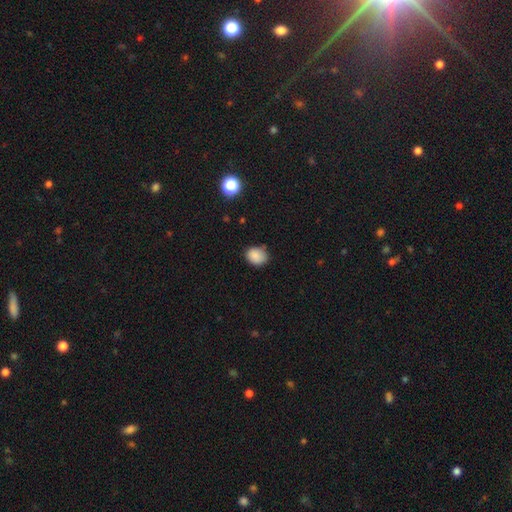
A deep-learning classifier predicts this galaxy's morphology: smooth-or-featured: smooth: 87% | star or artifact: 9% | featured or disk: 4%
  how-rounded: round: 52% | in between: 47% | cigar-shaped: 1%
  merging: none: 73% | minor disturbance: 22% | major disturbance: 3% | merger: 2%